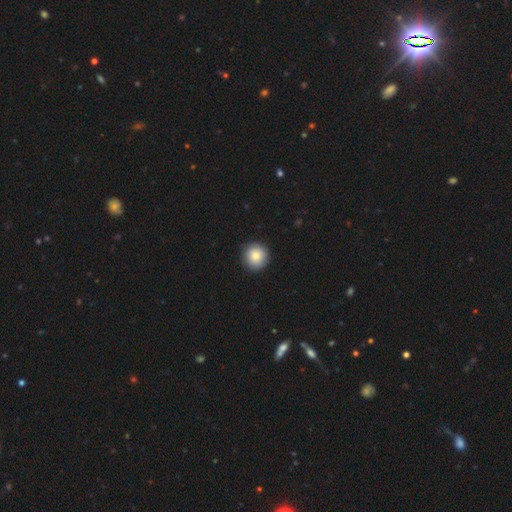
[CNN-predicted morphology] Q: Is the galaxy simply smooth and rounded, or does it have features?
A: smooth — 84%.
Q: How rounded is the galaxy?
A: round — 95%.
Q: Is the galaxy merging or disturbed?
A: none — 89%.